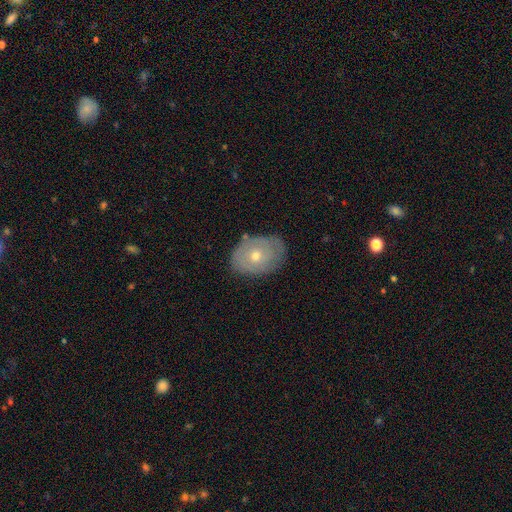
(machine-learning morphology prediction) Smooth or featured: featured or disk — 50% (smooth — 42%)
Edge-on disk: no — 93% (yes — 7%)
Merging: none — 76% (minor disturbance — 18%)